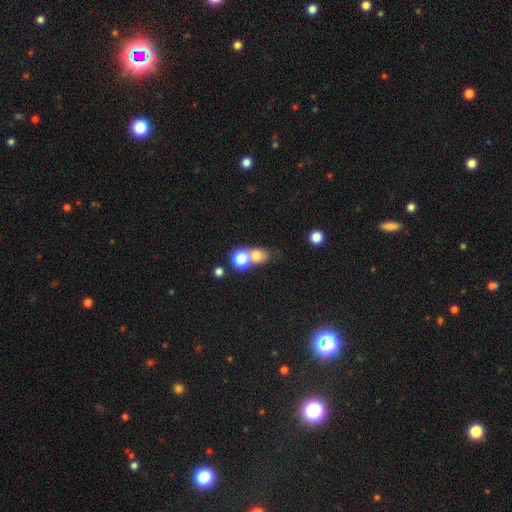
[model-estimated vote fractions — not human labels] A smooth galaxy with no disk features (73%) that is round (59%).

Vote fractions:
- Smooth or featured? smooth: 73% / star or artifact: 15% / featured or disk: 12%
- How rounded? round: 59% / in between: 40% / cigar-shaped: 2%
- Merging? merger: 51% / none: 36% / minor disturbance: 8% / major disturbance: 5%